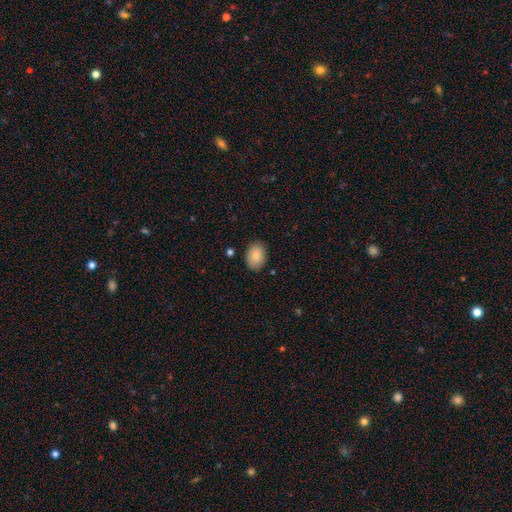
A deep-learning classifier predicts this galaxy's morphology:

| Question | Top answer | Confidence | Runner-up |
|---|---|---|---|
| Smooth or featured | smooth | 88% | star or artifact (7%) |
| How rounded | in between | 80% | round (19%) |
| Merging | none | 85% | minor disturbance (12%) |